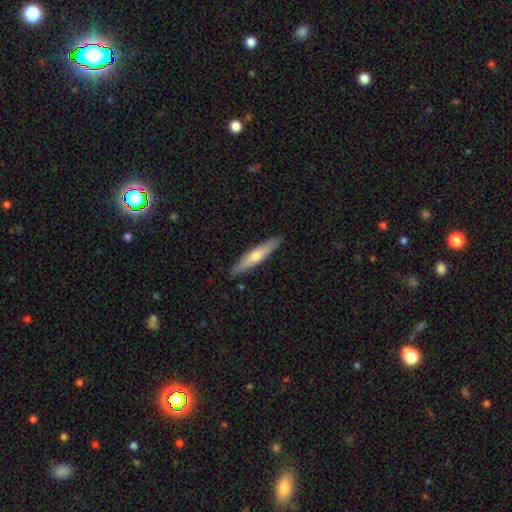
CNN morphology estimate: Smooth or featured? Predicted: smooth (p=0.53). How rounded? Predicted: cigar-shaped (p=0.88). Merging? Predicted: none (p=0.90).